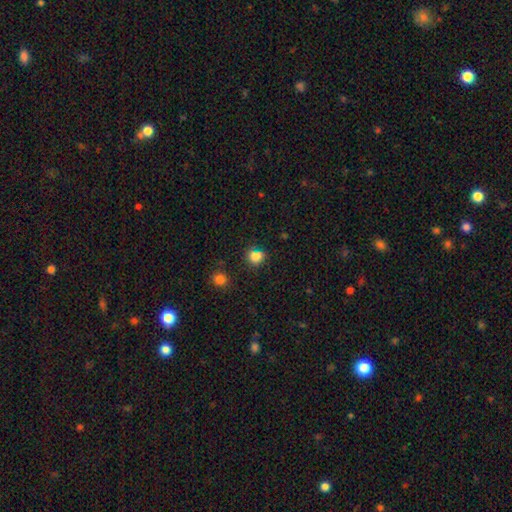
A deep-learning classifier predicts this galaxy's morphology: This is clearly a smooth galaxy (81%). How rounded: likely round (78%). Merging: likely none (70%).